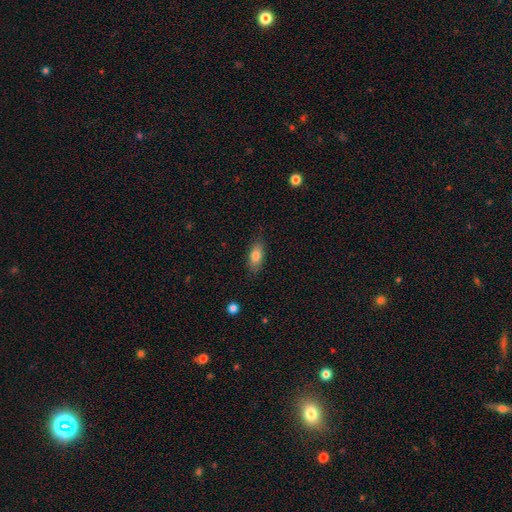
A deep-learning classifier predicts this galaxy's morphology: smooth 79%, featured or disk 13%, star or artifact 7%. Down the decision tree: how rounded — in between (82%); merging — none (82%).